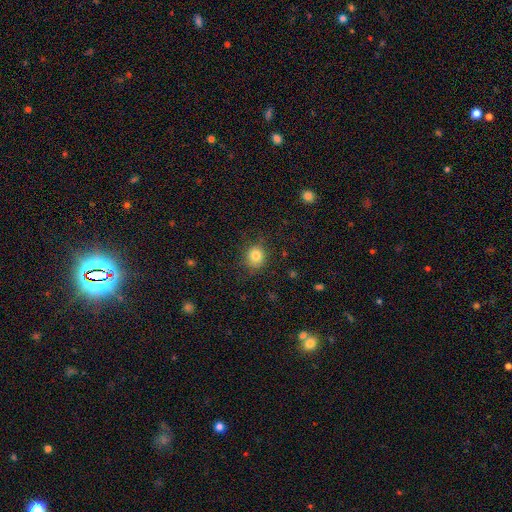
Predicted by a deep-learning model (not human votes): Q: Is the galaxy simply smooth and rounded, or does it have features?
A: smooth — 82%.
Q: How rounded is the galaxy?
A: round — 81%.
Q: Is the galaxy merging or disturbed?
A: none — 83%.